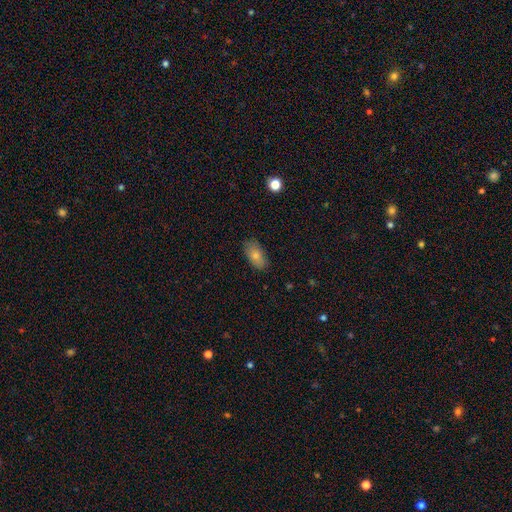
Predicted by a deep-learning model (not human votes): Smooth or featured? smooth (80%)
How rounded? in between (92%)
Merging? none (82%)